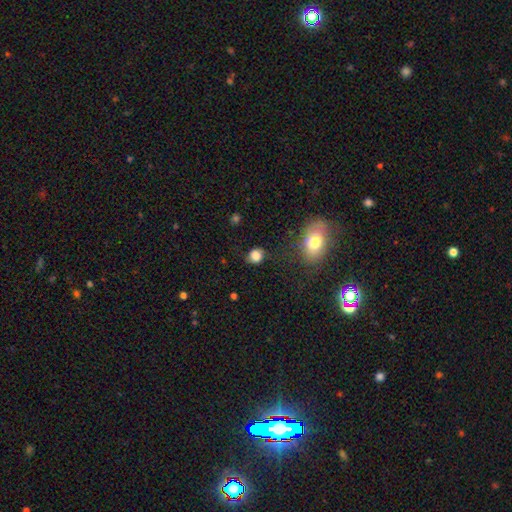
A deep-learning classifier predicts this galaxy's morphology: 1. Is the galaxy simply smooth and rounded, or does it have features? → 83% smooth, 10% star or artifact, 7% featured or disk.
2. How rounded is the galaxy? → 68% round, 31% in between, 1% cigar-shaped.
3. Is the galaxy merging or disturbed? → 70% none, 20% minor disturbance, 7% major disturbance, 3% merger.